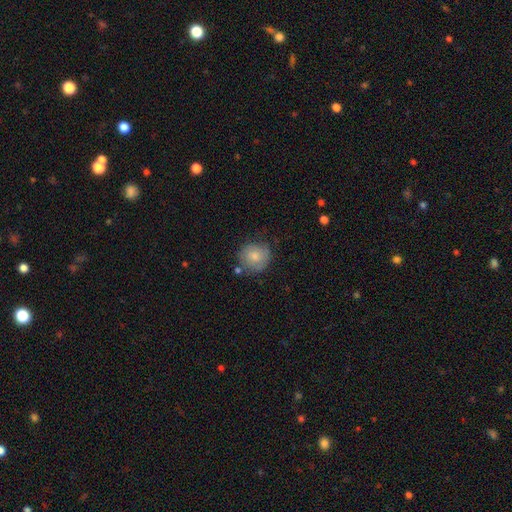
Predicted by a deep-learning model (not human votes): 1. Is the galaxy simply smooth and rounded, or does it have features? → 68% smooth, 21% featured or disk, 10% star or artifact.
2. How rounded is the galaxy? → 91% round, 8% in between, 1% cigar-shaped.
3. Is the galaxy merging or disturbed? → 76% none, 16% minor disturbance, 4% major disturbance, 3% merger.